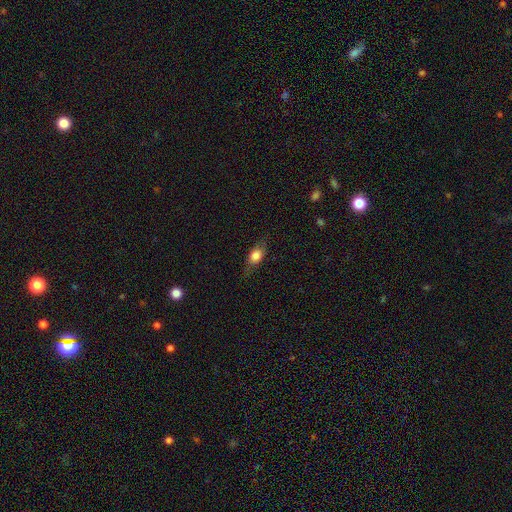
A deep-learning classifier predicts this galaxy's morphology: Smooth or featured?
  - smooth: 67% *
  - featured or disk: 24%
  - star or artifact: 9%
How rounded?
  - in between: 68% *
  - round: 18%
  - cigar-shaped: 15%
Merging?
  - none: 74% *
  - minor disturbance: 19%
  - major disturbance: 6%
  - merger: 1%